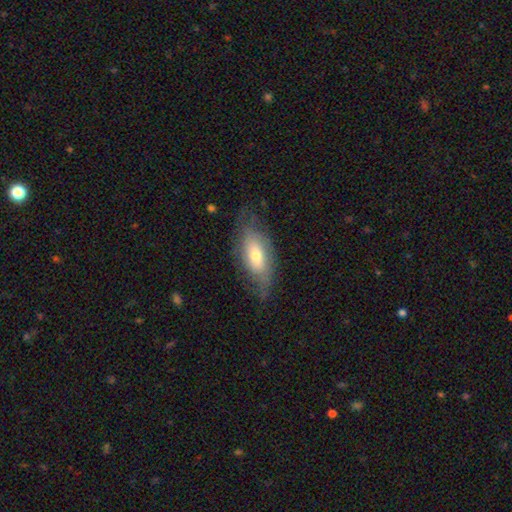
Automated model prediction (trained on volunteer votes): Smooth or featured: smooth — 52% (featured or disk — 41%)
How rounded: in between — 84% (cigar-shaped — 12%)
Merging: none — 64% (minor disturbance — 24%)